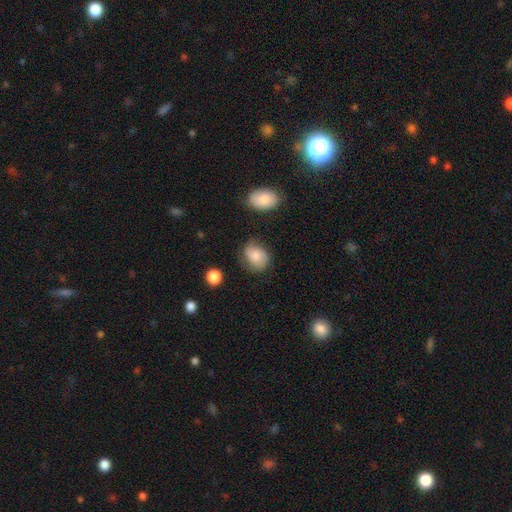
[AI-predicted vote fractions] Smooth or featured?
  - smooth: 74% *
  - featured or disk: 18%
  - star or artifact: 8%
How rounded?
  - in between: 51% *
  - round: 48%
  - cigar-shaped: 1%
Merging?
  - none: 60% *
  - minor disturbance: 28%
  - major disturbance: 8%
  - merger: 3%